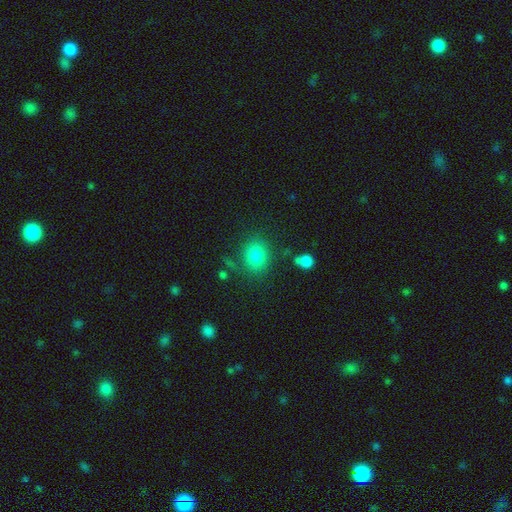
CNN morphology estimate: Q: Smooth or featured?
A: smooth (81%); runner-up: star or artifact (12%)
Q: How rounded?
A: round (59%); runner-up: in between (39%)
Q: Merging?
A: none (78%); runner-up: minor disturbance (12%)